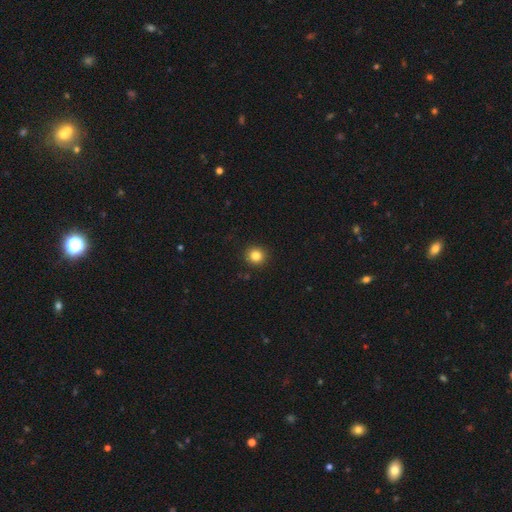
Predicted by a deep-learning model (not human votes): A smooth galaxy with no disk features (84%) that is round (91%). Merging: none (92%).